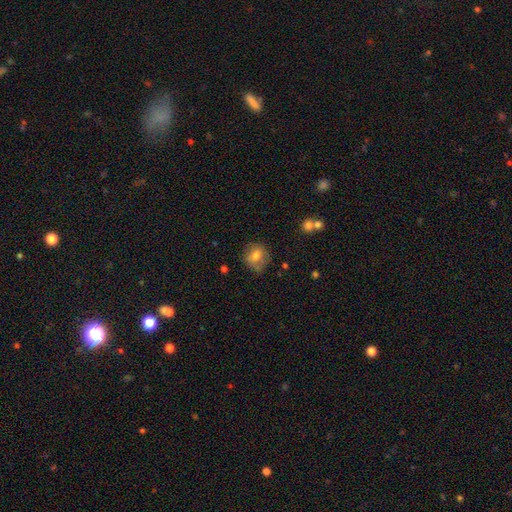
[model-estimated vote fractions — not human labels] Morphology: type=smooth (74%); roundness=round (77%); merging=none (73%).